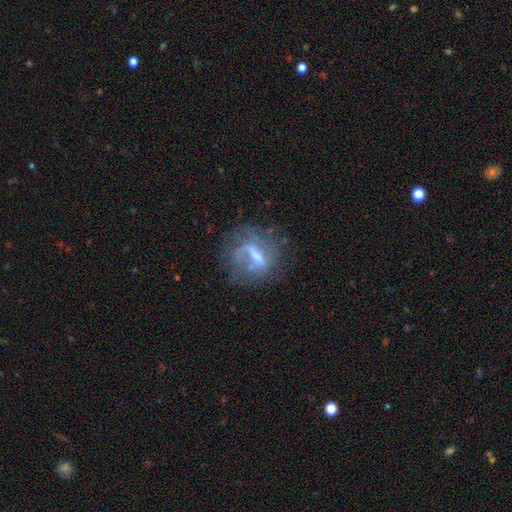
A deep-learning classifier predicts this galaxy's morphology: smooth_or_featured: featured or disk (p=0.63) [alt: smooth p=0.26]
disk_edge_on: no (p=0.89) [alt: yes p=0.11]
bar: strong (p=0.47) [alt: weak p=0.34]
has_spiral_arms: no (p=0.55) [alt: yes p=0.45]
bulge_size: moderate (p=0.35) [alt: small p=0.33]
merging: none (p=0.55) [alt: minor disturbance p=0.20]